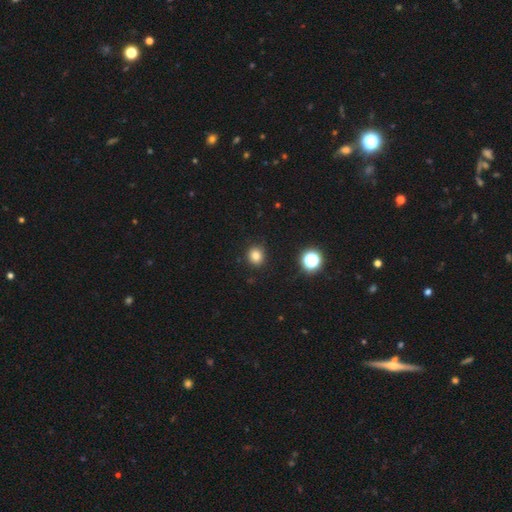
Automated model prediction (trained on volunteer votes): A smooth galaxy with no disk features (81%) that is round (77%). Merging: none (88%).